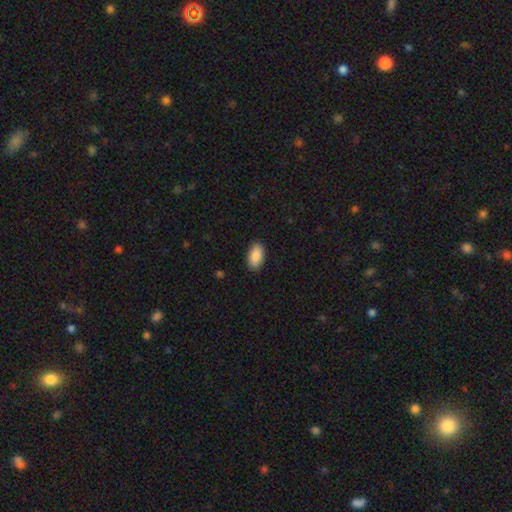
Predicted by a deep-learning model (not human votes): The model was most divided on "merging": none: 89%, minor disturbance: 8%, major disturbance: 2%, merger: 1%. More confident: how rounded — in between (94%); smooth or featured — smooth (89%).